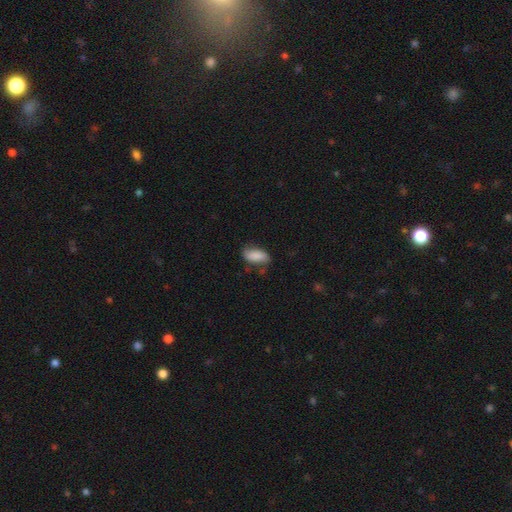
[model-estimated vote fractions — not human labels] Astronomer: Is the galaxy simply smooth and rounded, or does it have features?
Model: smooth — 83%.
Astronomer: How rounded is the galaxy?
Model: in between — 89%.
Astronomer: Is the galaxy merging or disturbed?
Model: none — 65%.